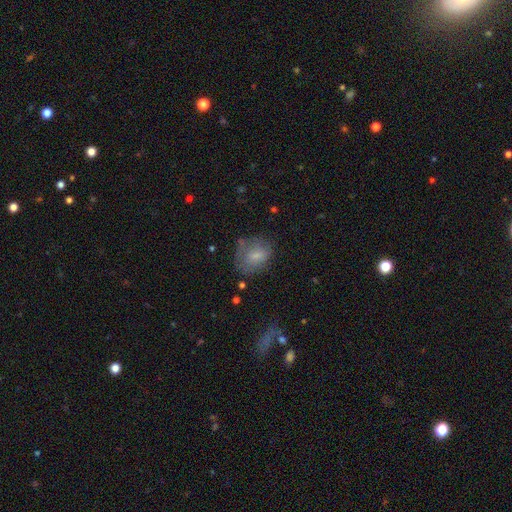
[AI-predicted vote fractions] Q: Smooth or featured?
A: smooth (66%); runner-up: featured or disk (25%)
Q: How rounded?
A: in between (63%); runner-up: round (36%)
Q: Merging?
A: none (52%); runner-up: minor disturbance (29%)